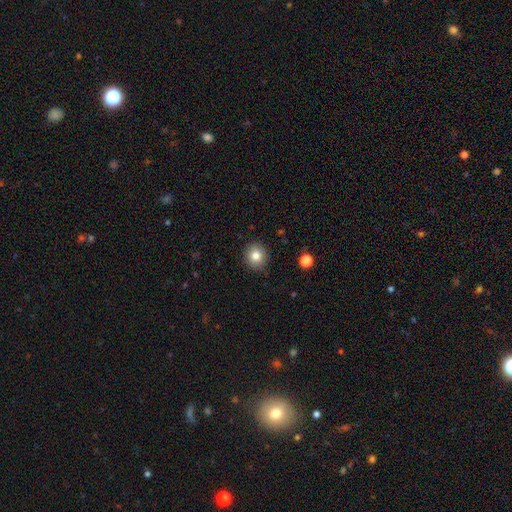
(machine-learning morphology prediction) The model was most divided on "smooth or featured": smooth: 81%, star or artifact: 11%, featured or disk: 9%. More confident: merging — none (90%); how rounded — round (87%).